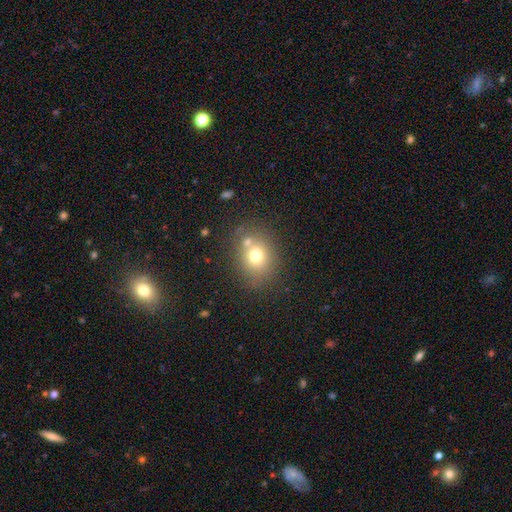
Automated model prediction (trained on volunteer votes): The model was most divided on "how rounded": round: 59%, in between: 40%, cigar-shaped: 1%. More confident: smooth or featured — smooth (71%); merging — none (66%).